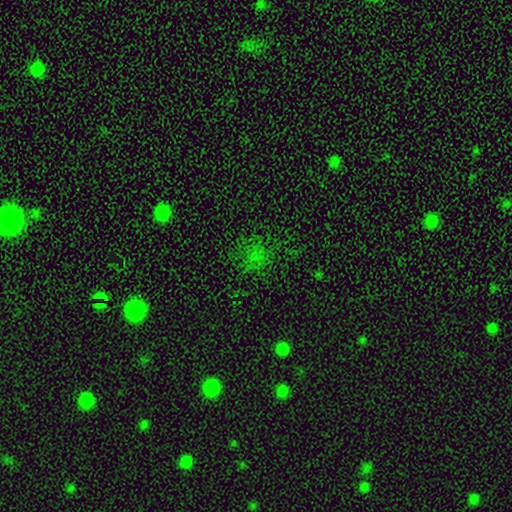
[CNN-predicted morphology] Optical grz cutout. It shows a smooth galaxy with no disk features (49%). Merging: none (71%).